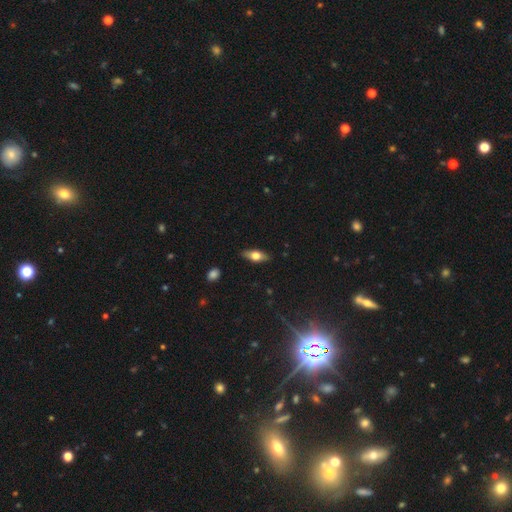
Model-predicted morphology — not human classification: Q: Smooth or featured?
A: smooth (60%); runner-up: featured or disk (34%)
Q: How rounded?
A: in between (73%); runner-up: cigar-shaped (23%)
Q: Merging?
A: none (86%); runner-up: minor disturbance (10%)